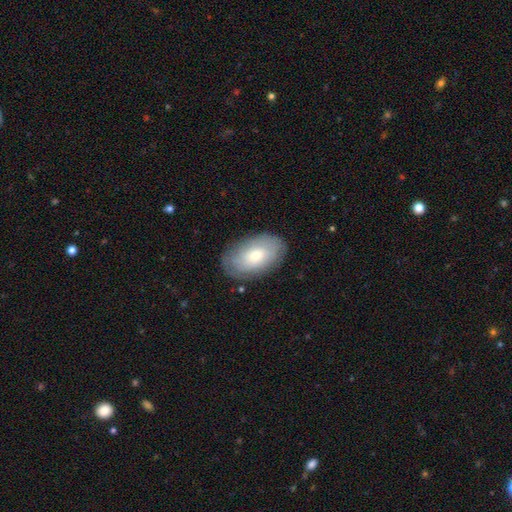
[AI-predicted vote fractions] This is likely a smooth galaxy (61%). How rounded: clearly in between (92%). Merging: clearly none (81%).